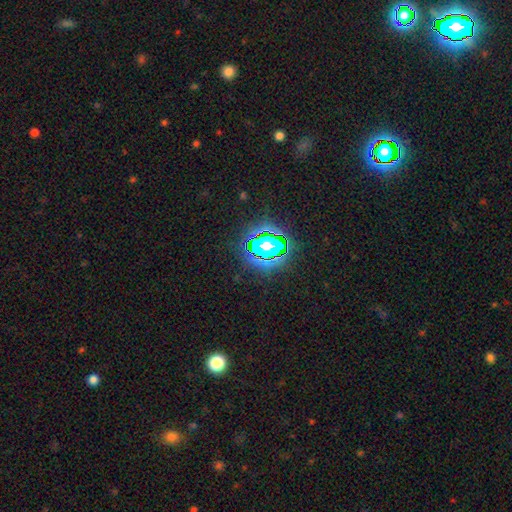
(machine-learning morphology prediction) Smooth or featured?
  - star or artifact: 65% *
  - smooth: 23%
  - featured or disk: 12%